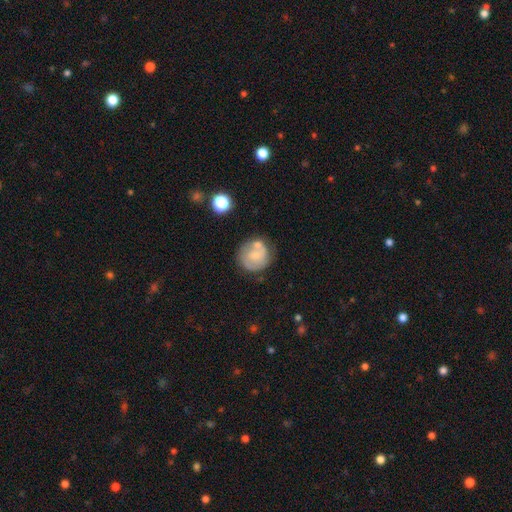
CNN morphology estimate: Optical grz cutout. It shows a smooth galaxy with no disk features (47%). Merging: none (54%).